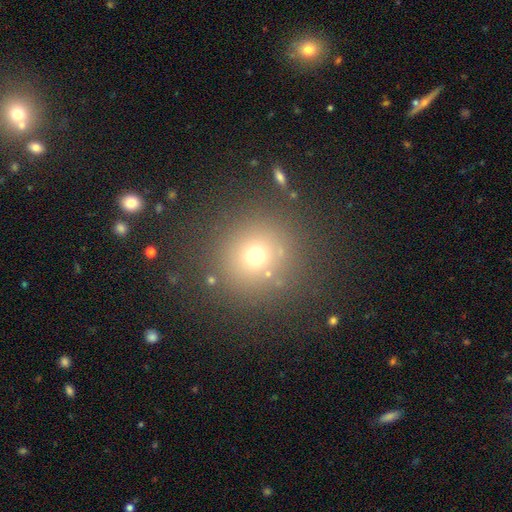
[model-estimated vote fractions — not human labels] A smooth galaxy with no disk features (68%) that is round (92%).

Vote fractions:
- Smooth or featured? smooth: 68% / star or artifact: 22% / featured or disk: 10%
- How rounded? round: 92% / in between: 7% / cigar-shaped: 1%
- Merging? none: 84% / minor disturbance: 8% / major disturbance: 4% / merger: 4%